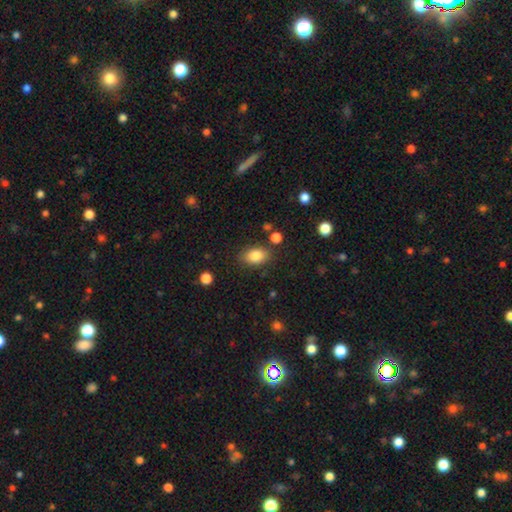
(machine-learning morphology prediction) A smooth galaxy with no disk features (85%) that is in between round and cigar-shaped (85%).

Vote fractions:
- Smooth or featured? smooth: 85% / star or artifact: 8% / featured or disk: 7%
- How rounded? in between: 85% / round: 13% / cigar-shaped: 2%
- Merging? none: 81% / minor disturbance: 12% / major disturbance: 3% / merger: 3%